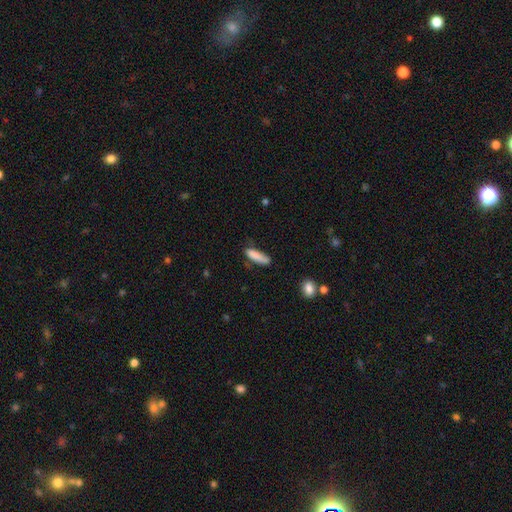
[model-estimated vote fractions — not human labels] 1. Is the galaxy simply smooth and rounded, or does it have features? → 84% smooth, 9% featured or disk, 7% star or artifact.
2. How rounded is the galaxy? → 65% cigar-shaped, 33% in between, 2% round.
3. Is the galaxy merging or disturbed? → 63% none, 27% minor disturbance, 7% major disturbance, 4% merger.